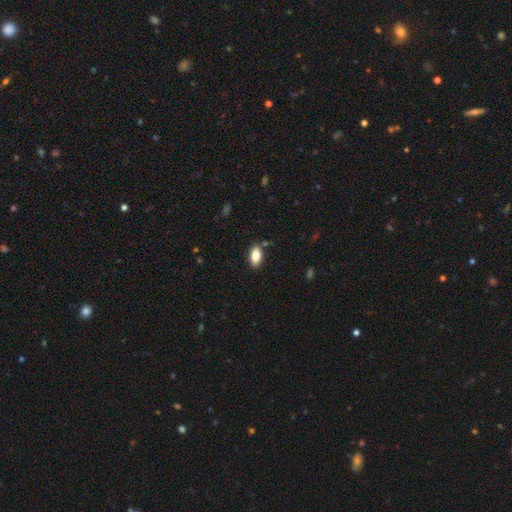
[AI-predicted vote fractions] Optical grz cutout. It shows a smooth galaxy with no disk features (84%) that is in between round and cigar-shaped (92%). Merging: none (85%).